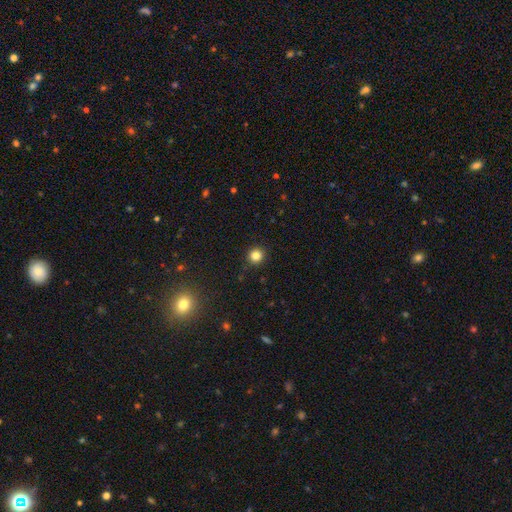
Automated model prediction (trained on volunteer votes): This appears to be a smooth galaxy with no disk features (83%) that is round (93%). Merging: none (92%).